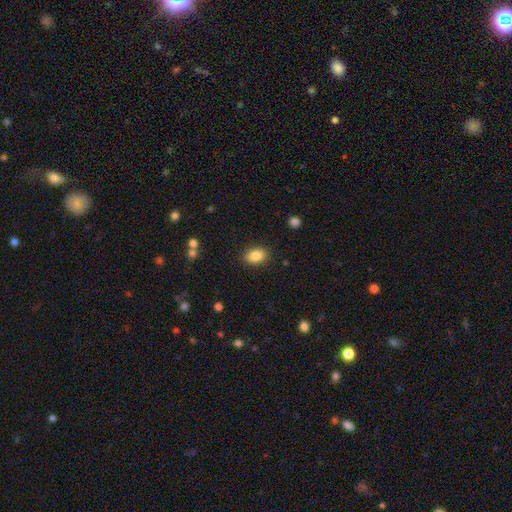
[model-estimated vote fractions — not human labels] A smooth galaxy with no disk features (86%) that is in between round and cigar-shaped (85%).

Vote fractions:
- Smooth or featured? smooth: 86% / star or artifact: 8% / featured or disk: 6%
- How rounded? in between: 85% / round: 14% / cigar-shaped: 1%
- Merging? none: 88% / minor disturbance: 8% / major disturbance: 2% / merger: 1%